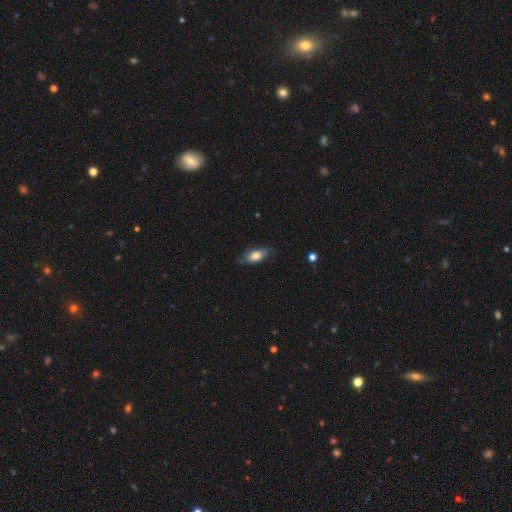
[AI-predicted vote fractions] smooth_or_featured: smooth (p=0.68) [alt: featured or disk p=0.25]
how_rounded: in between (p=0.83) [alt: cigar-shaped p=0.12]
merging: none (p=0.71) [alt: minor disturbance p=0.22]